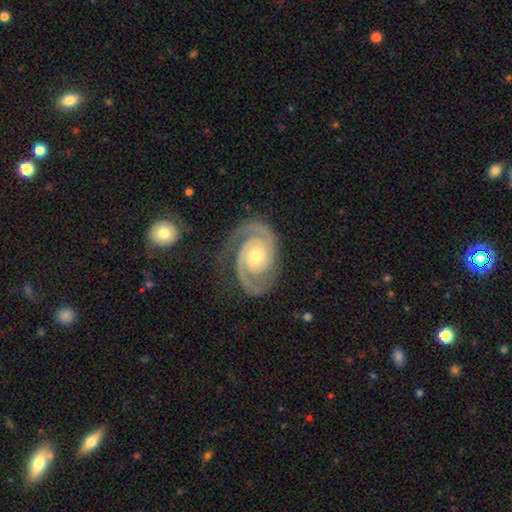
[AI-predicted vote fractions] smooth-or-featured: featured or disk: 93% | star or artifact: 4% | smooth: 4%
  disk-edge-on: no: 98% | yes: 2%
    bar: no: 75% | weak: 19% | strong: 6%
    has-spiral-arms: yes: 98% | no: 2%
      spiral-winding: tight: 63% | medium: 32% | loose: 5%
      spiral-arm-count: 2: 92% | 3: 2% | can't tell: 2% | 1: 2% | 4: 1% | more than 4: 1%
    bulge-size: moderate: 57% | small: 39% | large: 3% | none: 1% | dominant: 1%
  merging: none: 77% | minor disturbance: 14% | major disturbance: 6% | merger: 2%